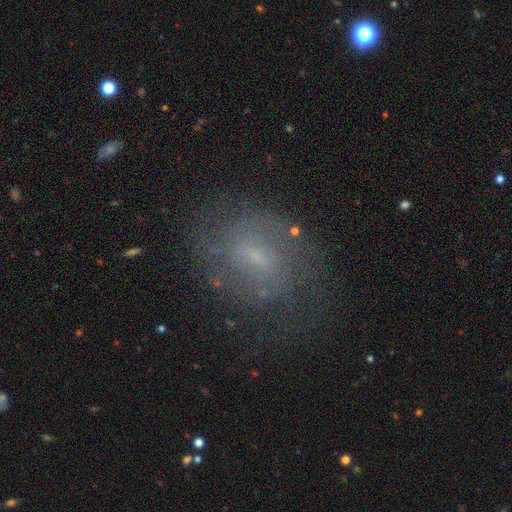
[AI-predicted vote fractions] Morphology: type=featured or disk (66%); edge-on=no (96%); bar=weak (58%); spiral arms=yes (81%); winding=tight (44%); arm count=can't tell (42%); bulge=small (61%); merging=none (70%).